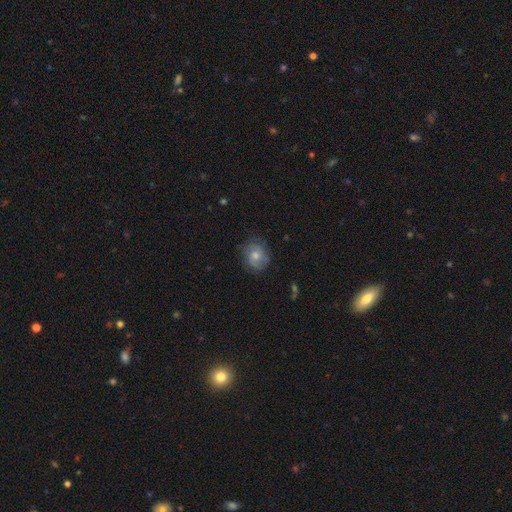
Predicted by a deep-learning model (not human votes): smooth 53%, featured or disk 38%, star or artifact 9%. Down the decision tree: how rounded — round (71%); merging — none (71%).